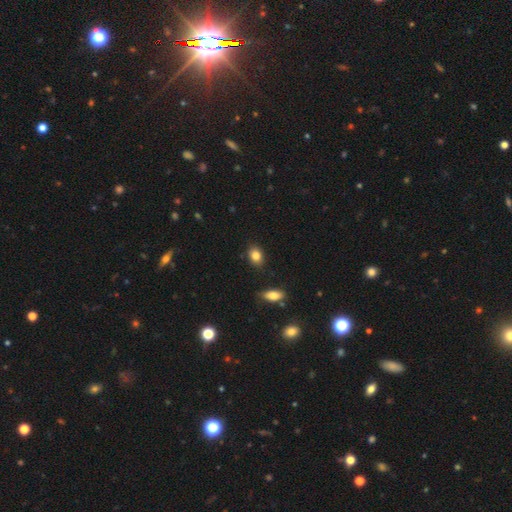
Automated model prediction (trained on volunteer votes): smooth 85%, star or artifact 9%, featured or disk 6%. Down the decision tree: how rounded — in between (65%); merging — none (86%).